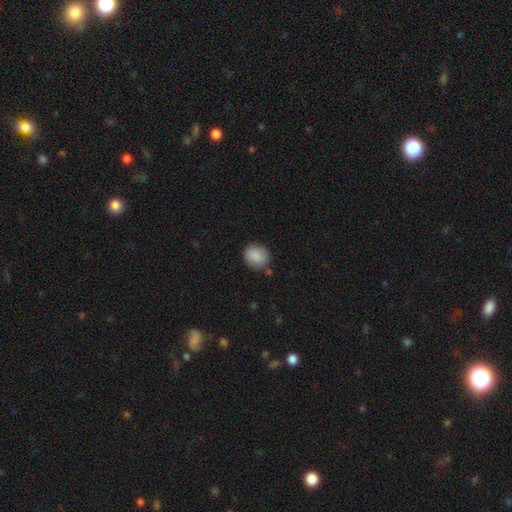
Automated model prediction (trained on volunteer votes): Smooth or featured: smooth — 88% (star or artifact — 7%)
How rounded: round — 68% (in between — 31%)
Merging: none — 78% (minor disturbance — 15%)